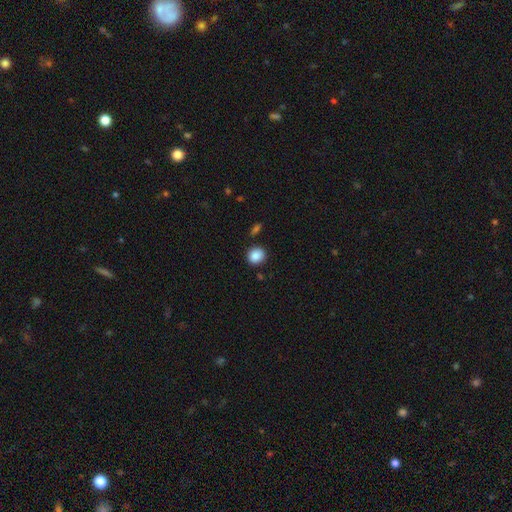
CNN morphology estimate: Smooth or featured? smooth (88%)
How rounded? round (80%)
Merging? none (86%)